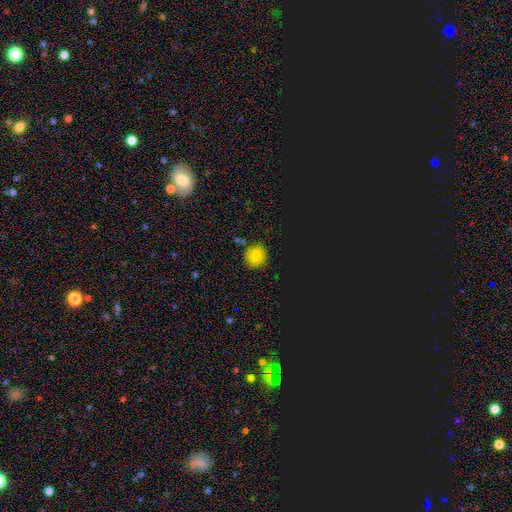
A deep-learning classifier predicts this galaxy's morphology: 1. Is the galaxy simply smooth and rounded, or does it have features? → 78% smooth, 17% star or artifact, 5% featured or disk.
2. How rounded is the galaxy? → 84% round, 15% in between, 1% cigar-shaped.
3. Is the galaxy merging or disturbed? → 87% none, 9% minor disturbance, 2% merger, 2% major disturbance.